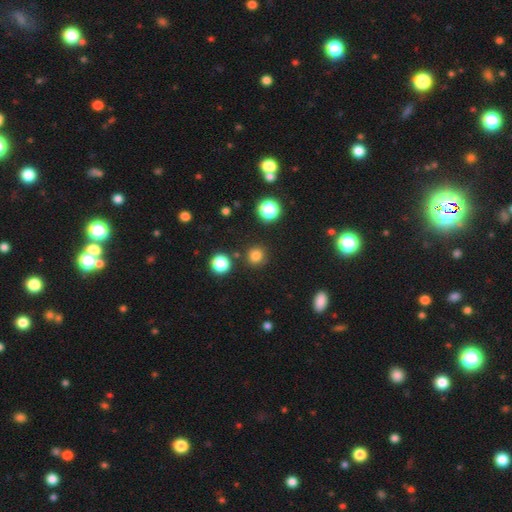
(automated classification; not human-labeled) Morphology: type=smooth (78%); roundness=round (90%); merging=none (86%).